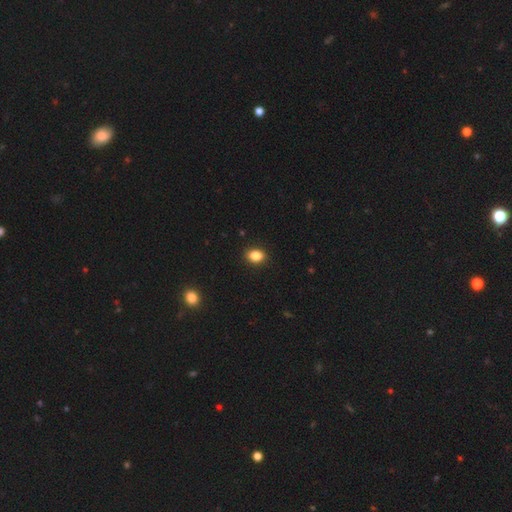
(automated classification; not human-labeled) Smooth or featured? smooth (86%)
How rounded? in between (67%)
Merging? none (90%)